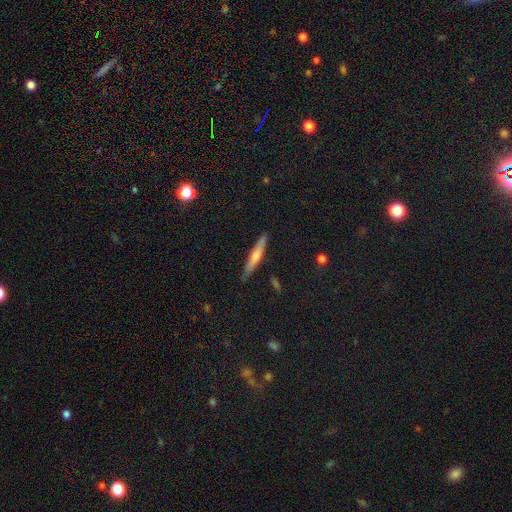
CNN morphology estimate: Smooth or featured: featured or disk — 47% (smooth — 46%)
Merging: none — 87% (minor disturbance — 10%)